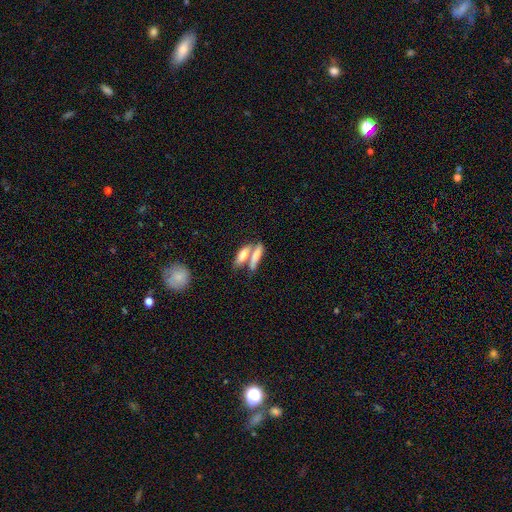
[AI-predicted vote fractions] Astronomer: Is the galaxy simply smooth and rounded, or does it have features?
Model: smooth — 70%.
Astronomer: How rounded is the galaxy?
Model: in between — 49% (runner-up: cigar-shaped, 47%).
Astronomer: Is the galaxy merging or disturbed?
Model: merger — 51% (runner-up: none, 36%).